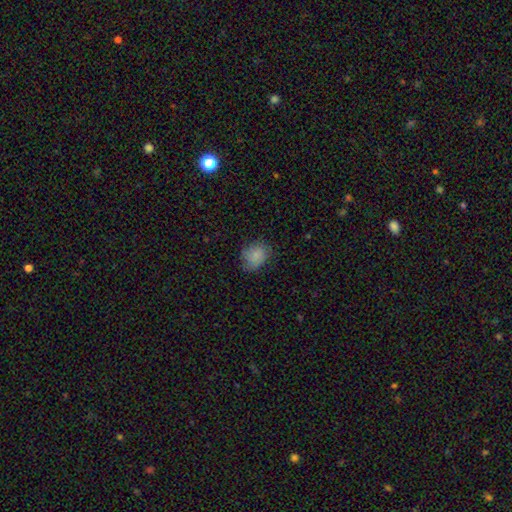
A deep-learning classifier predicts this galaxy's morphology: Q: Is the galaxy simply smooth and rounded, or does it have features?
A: smooth — 77%.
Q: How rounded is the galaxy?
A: in between — 50%.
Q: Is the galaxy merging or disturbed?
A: none — 66%.